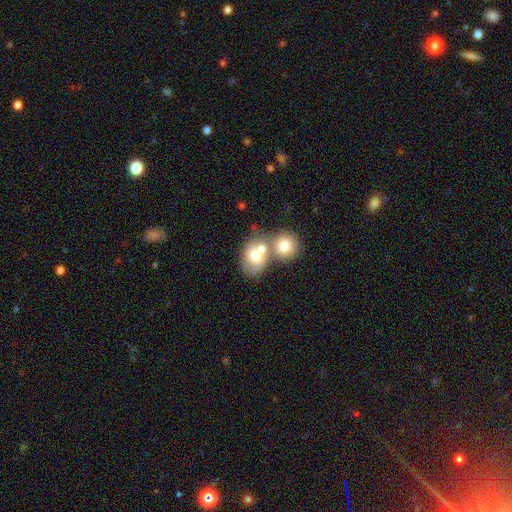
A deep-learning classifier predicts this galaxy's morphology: type=smooth (66%); roundness=round (51%); merging=merger (57%).